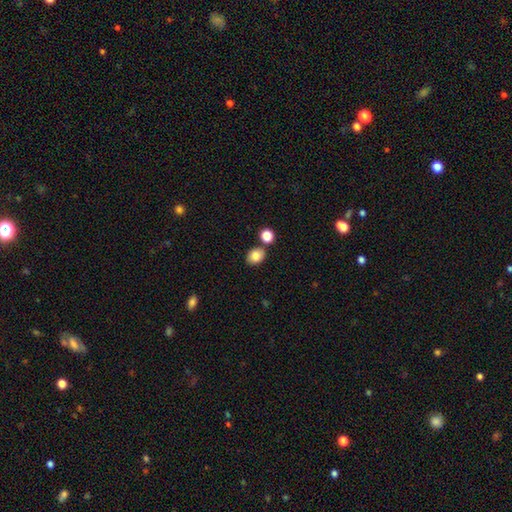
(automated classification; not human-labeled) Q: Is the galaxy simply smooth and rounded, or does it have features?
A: smooth — 83%.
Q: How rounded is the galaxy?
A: in between — 60%.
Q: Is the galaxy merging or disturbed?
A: none — 77%.